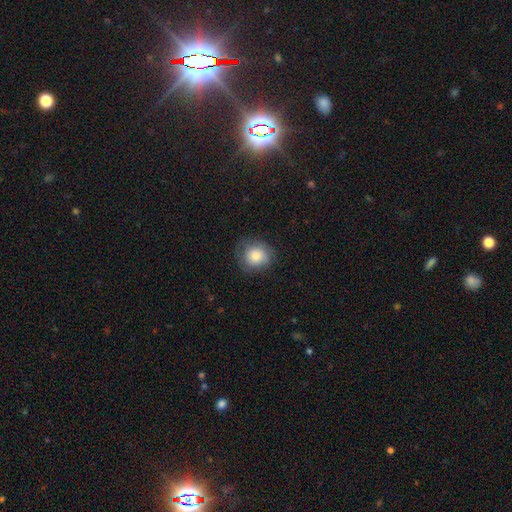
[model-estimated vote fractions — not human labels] Q: Smooth or featured?
A: smooth (81%); runner-up: featured or disk (10%)
Q: How rounded?
A: round (83%); runner-up: in between (16%)
Q: Merging?
A: none (76%); runner-up: minor disturbance (18%)